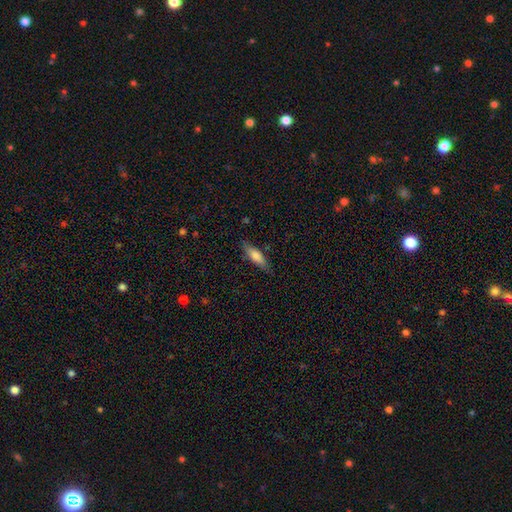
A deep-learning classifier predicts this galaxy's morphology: The model was most divided on "how rounded": cigar-shaped: 56%, in between: 42%, round: 2%. More confident: merging — none (82%); smooth or featured — smooth (71%).